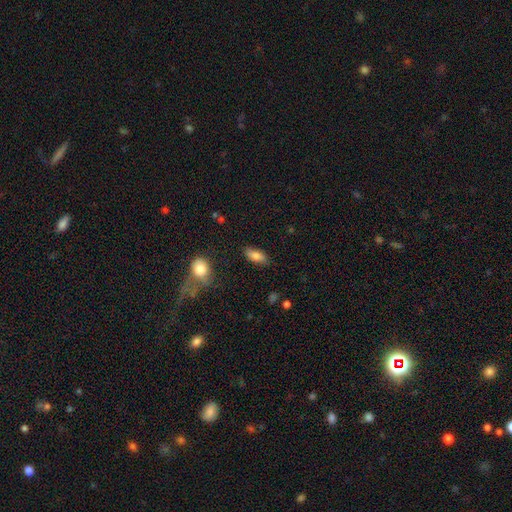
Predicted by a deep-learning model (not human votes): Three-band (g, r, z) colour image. It shows a smooth galaxy with no disk features (82%) that is in between round and cigar-shaped (82%). Merging: none (82%).